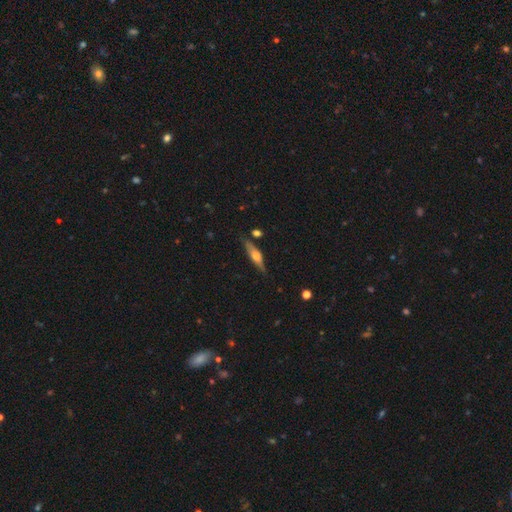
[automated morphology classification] Overall: featured or disk (63%; smooth 30%). Edge-on disk: yes (95%). Edge-on bulge: rounded (87%). Merging: none (81%).